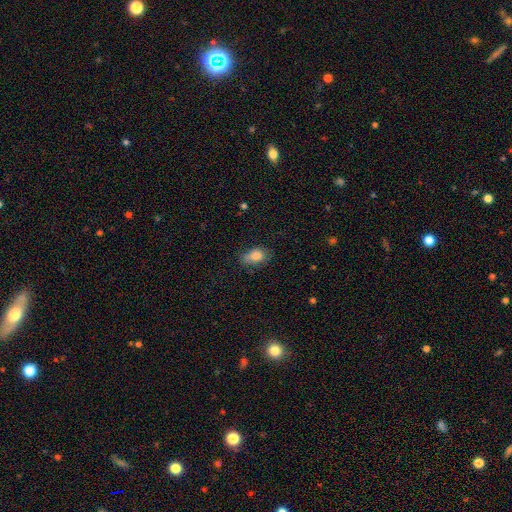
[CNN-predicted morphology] type=smooth (82%); roundness=in between (84%); merging=none (62%).